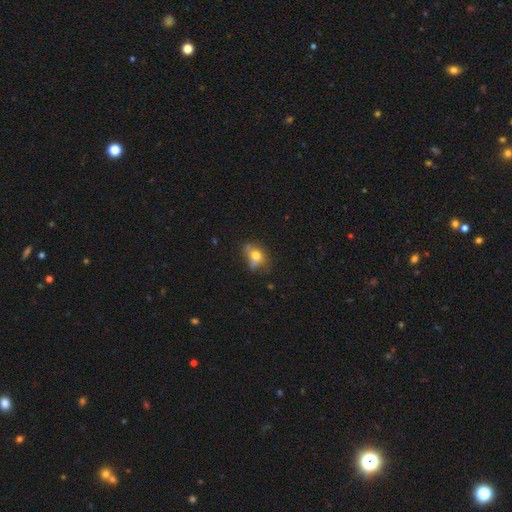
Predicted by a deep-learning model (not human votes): Q: Smooth or featured?
A: smooth (68%); runner-up: featured or disk (20%)
Q: How rounded?
A: in between (61%); runner-up: round (37%)
Q: Merging?
A: none (38%); runner-up: minor disturbance (32%)